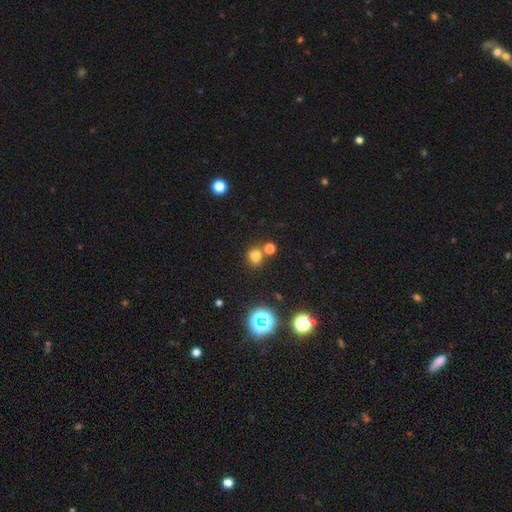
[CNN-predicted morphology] Smooth or featured: smooth — 71% (star or artifact — 22%)
How rounded: round — 85% (in between — 13%)
Merging: none — 69% (merger — 20%)